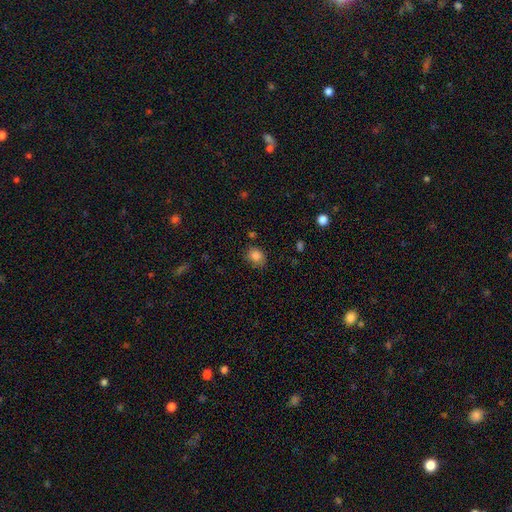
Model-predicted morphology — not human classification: Smooth or featured? Predicted: smooth (p=0.84). How rounded? Predicted: round (p=0.52). Merging? Predicted: none (p=0.71).